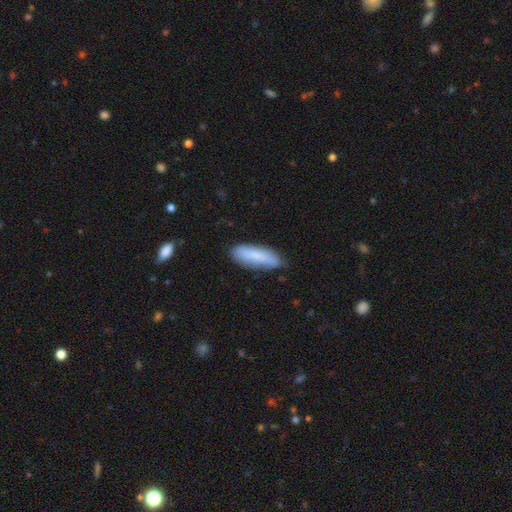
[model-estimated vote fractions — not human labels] A smooth galaxy with no disk features (78%) that is cigar-shaped (52%). Merging: none (78%).